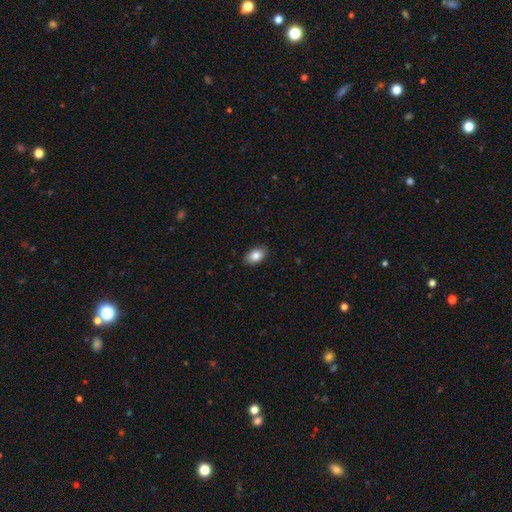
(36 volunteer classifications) Q: Smooth or featured?
A: smooth (86%); runner-up: featured or disk (14%)
Q: How rounded?
A: in between (94%); runner-up: round (6%)
Q: Merging?
A: none (75%); runner-up: minor disturbance (17%)